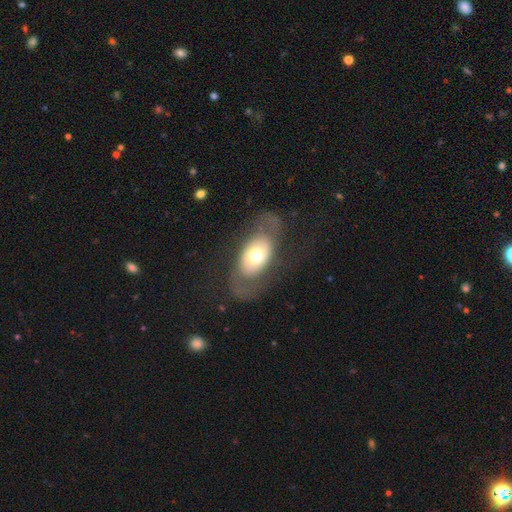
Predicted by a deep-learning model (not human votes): Q: Smooth or featured?
A: featured or disk (50%); runner-up: smooth (44%)
Q: Merging?
A: none (64%); runner-up: major disturbance (20%)